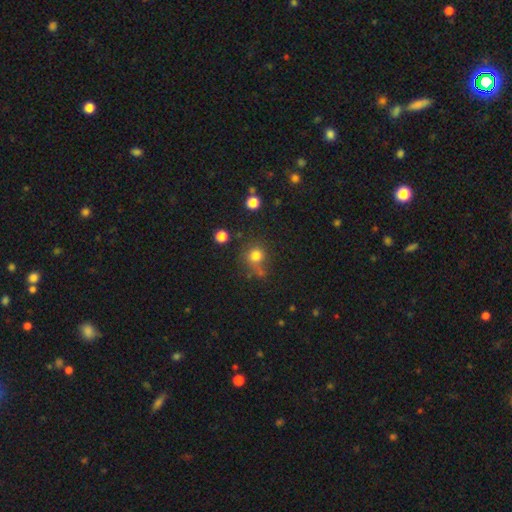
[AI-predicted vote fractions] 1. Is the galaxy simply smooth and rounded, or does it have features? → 78% smooth, 15% star or artifact, 7% featured or disk.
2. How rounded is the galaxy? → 88% round, 11% in between, 1% cigar-shaped.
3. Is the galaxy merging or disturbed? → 66% none, 16% minor disturbance, 11% merger, 7% major disturbance.